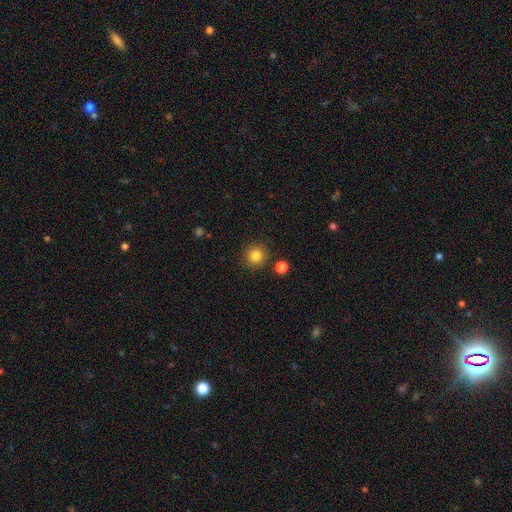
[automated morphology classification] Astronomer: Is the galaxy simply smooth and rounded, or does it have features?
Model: smooth — 84%.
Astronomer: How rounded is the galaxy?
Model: round — 92%.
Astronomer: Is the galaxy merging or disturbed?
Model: none — 88%.